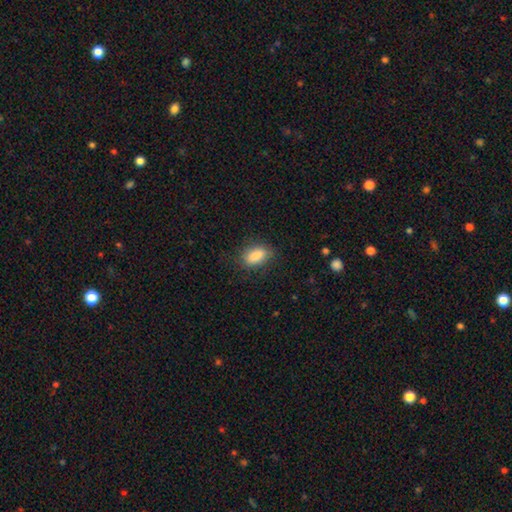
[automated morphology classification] Smooth or featured: smooth — 87% (star or artifact — 7%)
How rounded: in between — 89% (round — 7%)
Merging: none — 80% (minor disturbance — 15%)